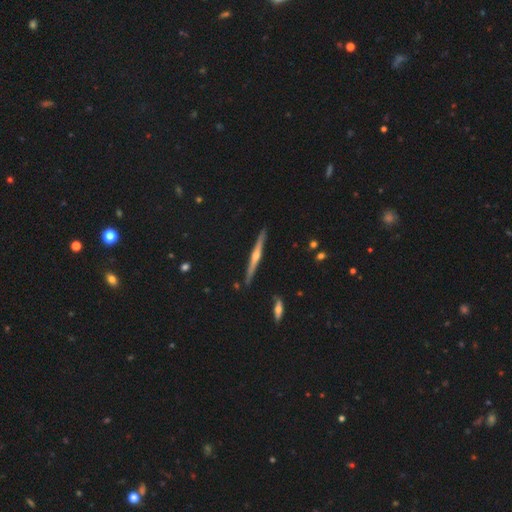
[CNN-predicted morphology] smooth-or-featured: featured or disk: 76% | smooth: 18% | star or artifact: 6%
  disk-edge-on: yes: 98% | no: 2%
    edge-on-bulge: rounded: 84% | none: 11% | boxy: 5%
  merging: none: 89% | minor disturbance: 8% | merger: 2% | major disturbance: 1%